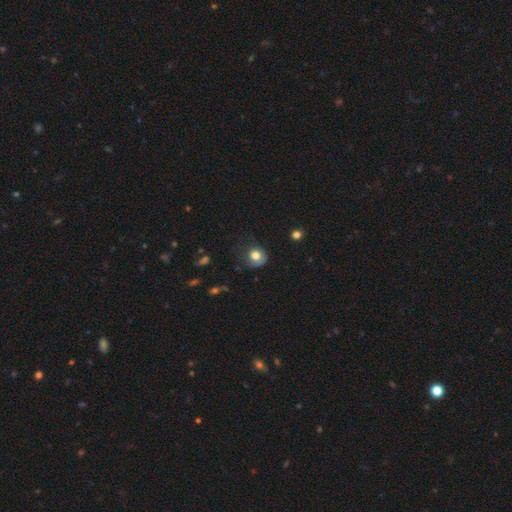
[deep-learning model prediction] The model was most divided on "merging": none: 52%, minor disturbance: 28%, major disturbance: 18%, merger: 2%. More confident: how rounded — round (78%); smooth or featured — smooth (74%).